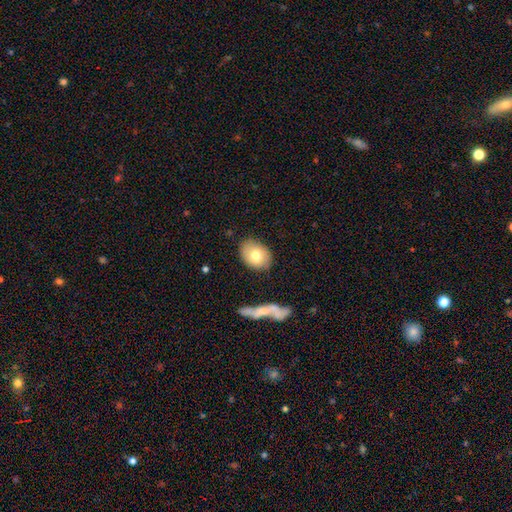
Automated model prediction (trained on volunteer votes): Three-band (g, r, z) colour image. It shows a smooth galaxy with no disk features (75%) that is in between round and cigar-shaped (65%). Merging: none (81%).